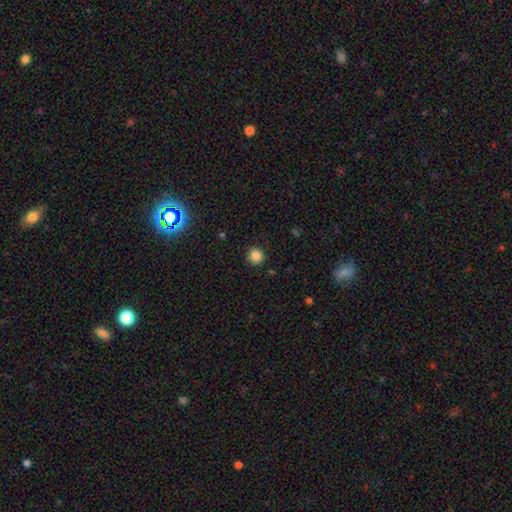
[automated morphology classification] Smooth or featured? smooth (85%)
How rounded? round (94%)
Merging? none (91%)